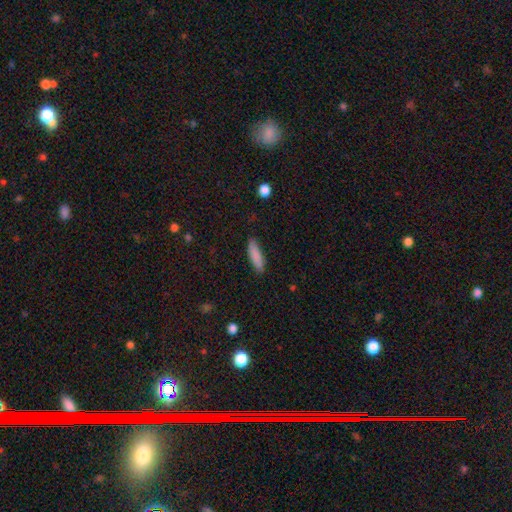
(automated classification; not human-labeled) This is clearly a smooth galaxy (87%). How rounded: likely cigar-shaped (64%). Merging: clearly none (85%).